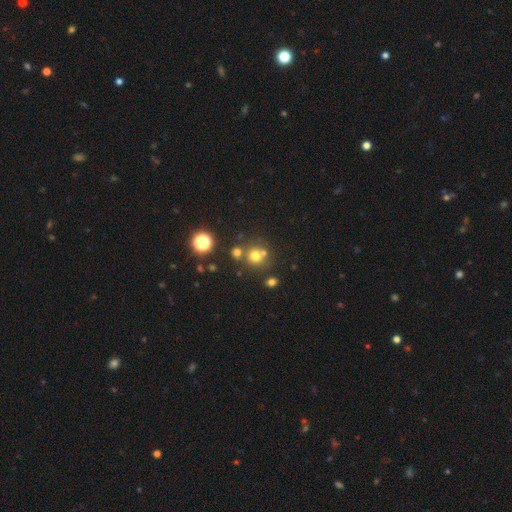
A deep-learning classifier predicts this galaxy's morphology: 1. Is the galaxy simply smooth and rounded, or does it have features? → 69% smooth, 21% star or artifact, 11% featured or disk.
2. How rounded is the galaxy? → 89% round, 10% in between, 1% cigar-shaped.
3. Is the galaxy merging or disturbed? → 63% none, 24% merger, 9% minor disturbance, 4% major disturbance.